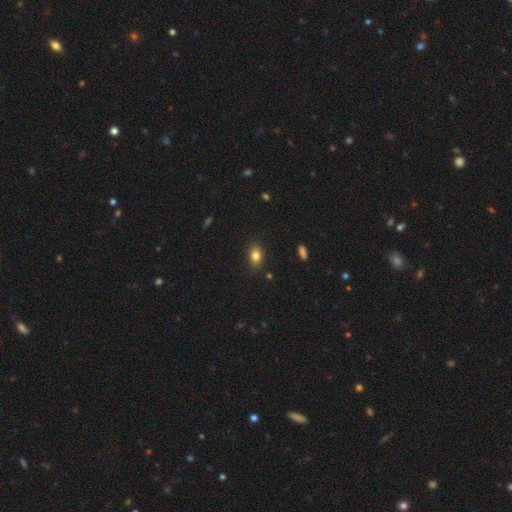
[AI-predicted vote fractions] Smooth or featured? Predicted: smooth (p=0.82). How rounded? Predicted: in between (p=0.83). Merging? Predicted: none (p=0.85).